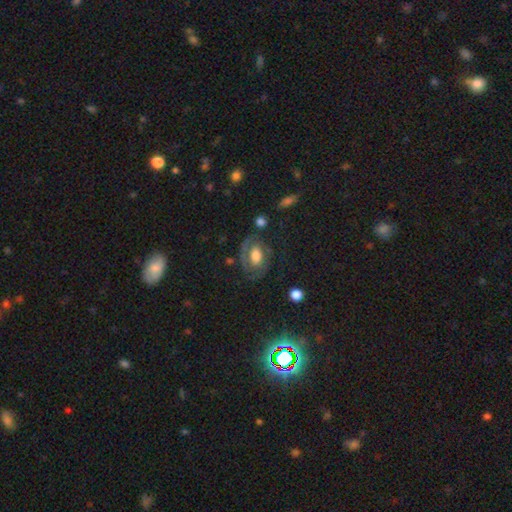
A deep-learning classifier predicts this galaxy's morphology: The model was most divided on "bulge size": large: 43%, moderate: 40%, small: 9%, dominant: 4%, none: 3%. More confident: edge-on disk — no (95%); spiral arms — yes (68%); bar — no (65%); merging — none (62%); smooth or featured — featured or disk (60%).